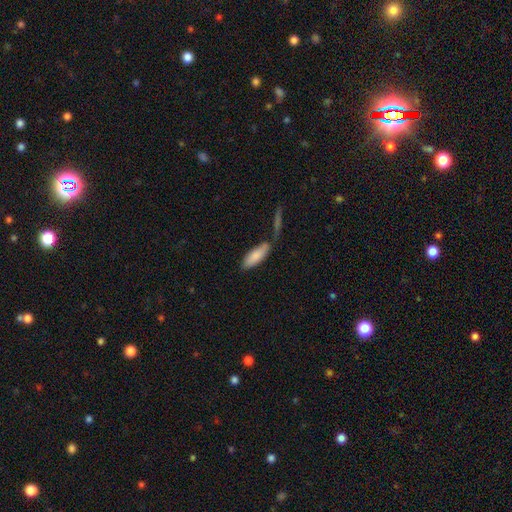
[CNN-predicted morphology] This appears to be a smooth galaxy with no disk features (84%) that is in between round and cigar-shaped (63%). Merging: none (62%).